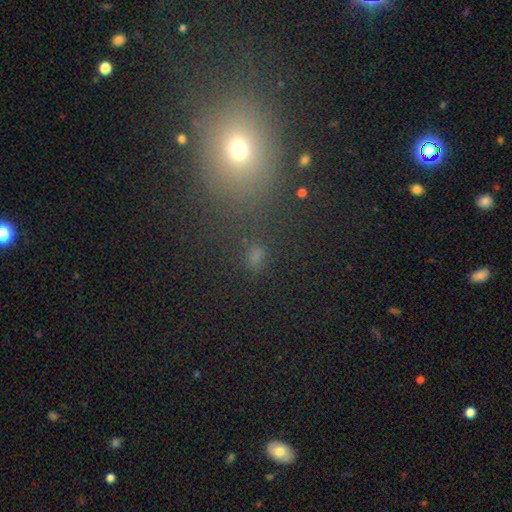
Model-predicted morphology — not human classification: Smooth or featured?
  - smooth: 55% *
  - star or artifact: 36%
  - featured or disk: 9%
How rounded?
  - round: 49% *
  - in between: 47%
  - cigar-shaped: 4%
Merging?
  - none: 71% *
  - minor disturbance: 12%
  - major disturbance: 8%
  - merger: 8%